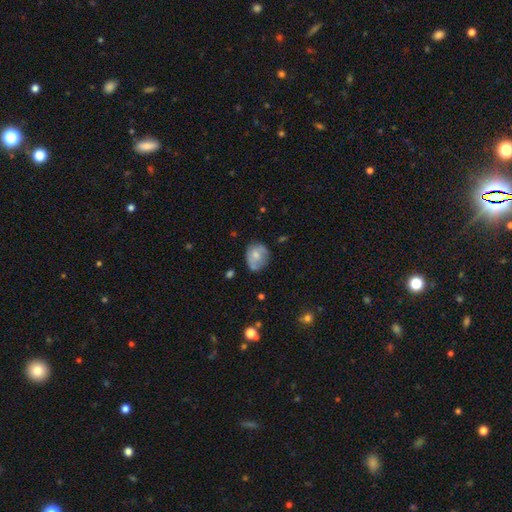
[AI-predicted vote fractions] Overall: smooth (62%; featured or disk 30%). How rounded: round (62%; in between 37%). Merging: none (57%; minor disturbance 29%).